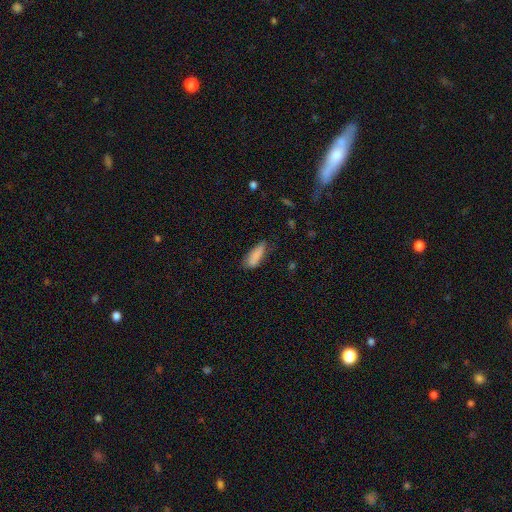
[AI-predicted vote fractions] The model was most divided on "how rounded": in between: 54%, cigar-shaped: 44%, round: 2%. More confident: smooth or featured — smooth (84%); merging — none (61%).